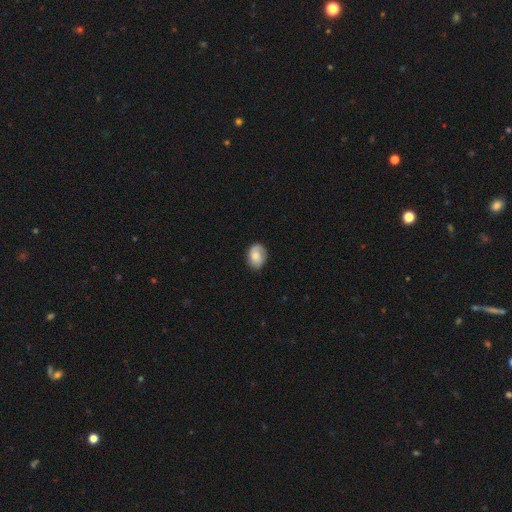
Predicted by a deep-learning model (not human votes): Morphology: type=smooth (70%); roundness=in between (71%); merging=none (79%).